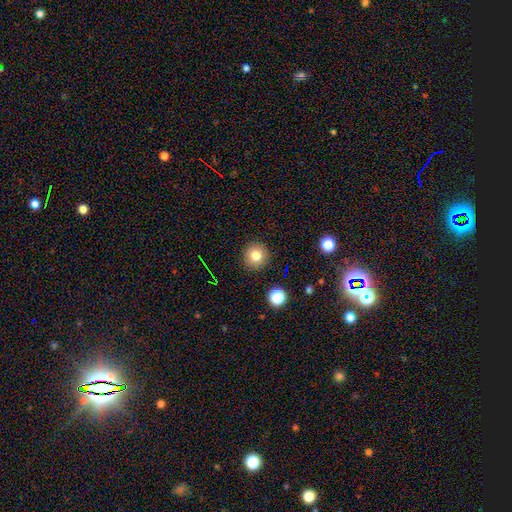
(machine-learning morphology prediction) Smooth or featured? Predicted: smooth (p=0.80). How rounded? Predicted: round (p=0.94). Merging? Predicted: none (p=0.91).